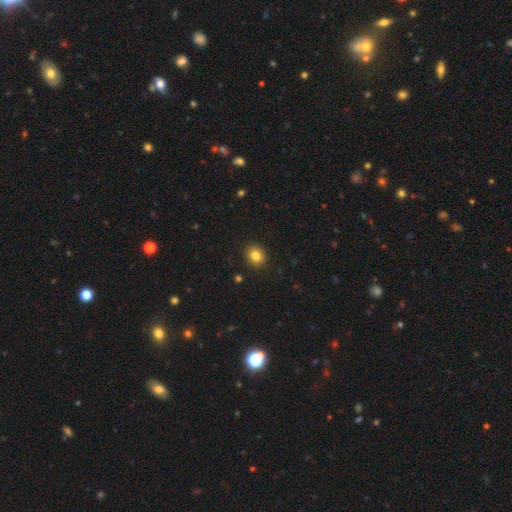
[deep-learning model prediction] Morphology: type=smooth (83%); roundness=round (72%); merging=none (91%).